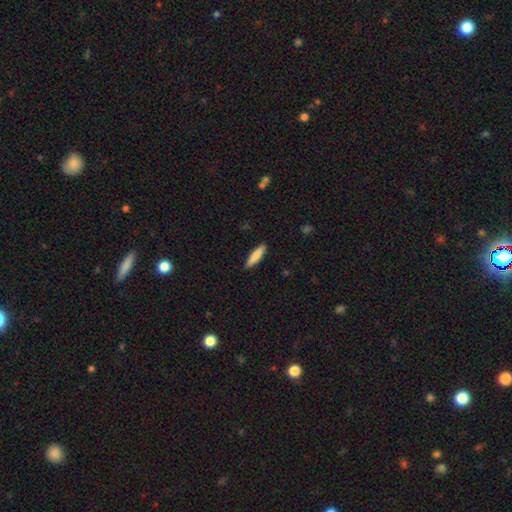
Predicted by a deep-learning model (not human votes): Smooth or featured? smooth (83%)
How rounded? cigar-shaped (80%)
Merging? none (90%)